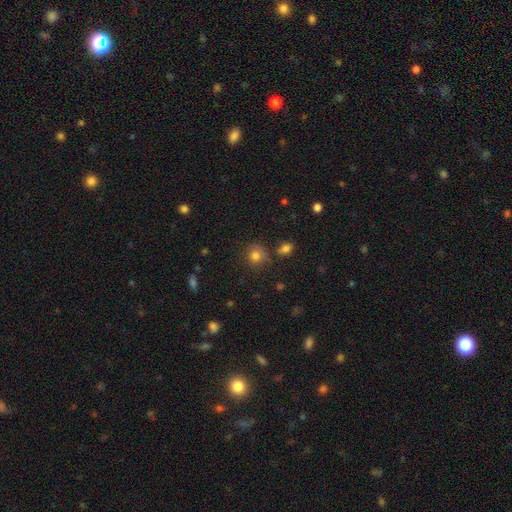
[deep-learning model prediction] A smooth galaxy with no disk features (80%) that is round (85%). Merging: none (75%).